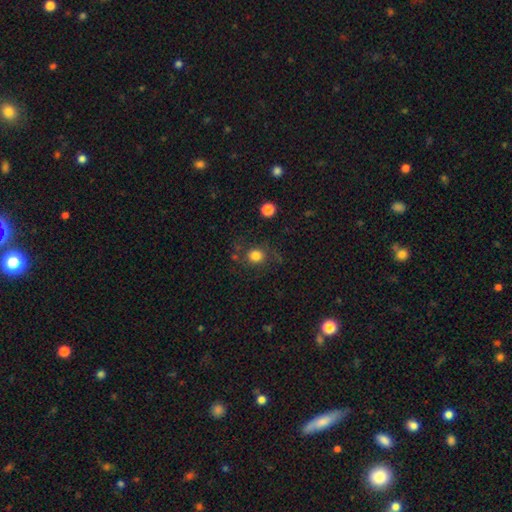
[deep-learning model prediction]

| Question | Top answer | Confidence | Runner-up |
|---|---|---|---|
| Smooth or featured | smooth | 73% | featured or disk (14%) |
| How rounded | round | 82% | in between (17%) |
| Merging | none | 70% | minor disturbance (16%) |